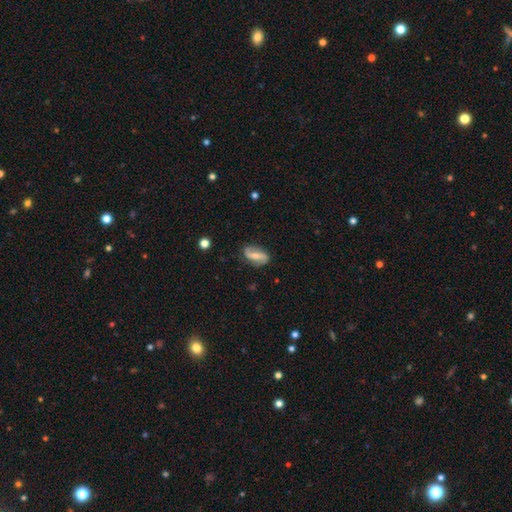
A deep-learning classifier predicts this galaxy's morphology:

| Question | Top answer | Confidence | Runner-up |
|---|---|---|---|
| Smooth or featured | featured or disk | 74% | smooth (20%) |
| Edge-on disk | no | 95% | yes (5%) |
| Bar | strong | 37% | tied: weak (37%) |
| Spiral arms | yes | 92% | no (8%) |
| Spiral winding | loose | 61% | medium (26%) |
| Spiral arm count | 2 | 91% | can't tell (4%) |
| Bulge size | small | 48% | moderate (42%) |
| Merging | none | 82% | minor disturbance (13%) |